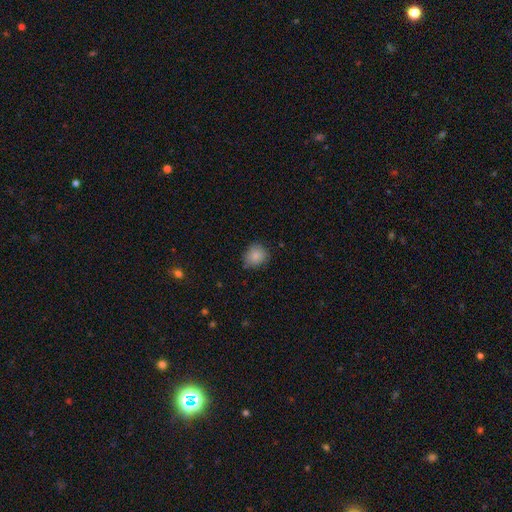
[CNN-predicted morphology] Q: Smooth or featured?
A: smooth (86%); runner-up: star or artifact (9%)
Q: How rounded?
A: round (79%); runner-up: in between (20%)
Q: Merging?
A: none (82%); runner-up: minor disturbance (14%)